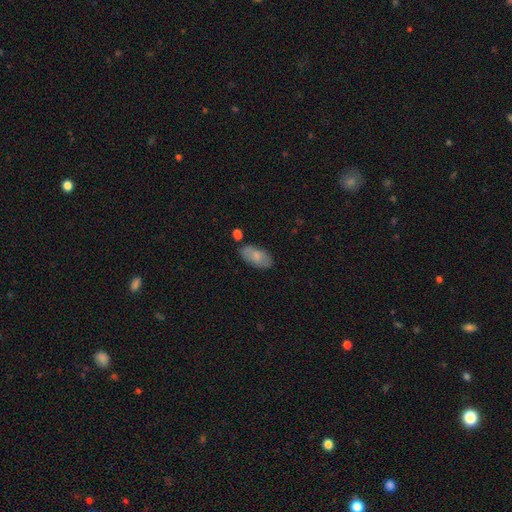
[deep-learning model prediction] This appears to be a smooth galaxy with no disk features (76%) that is in between round and cigar-shaped (93%). Merging: none (77%).